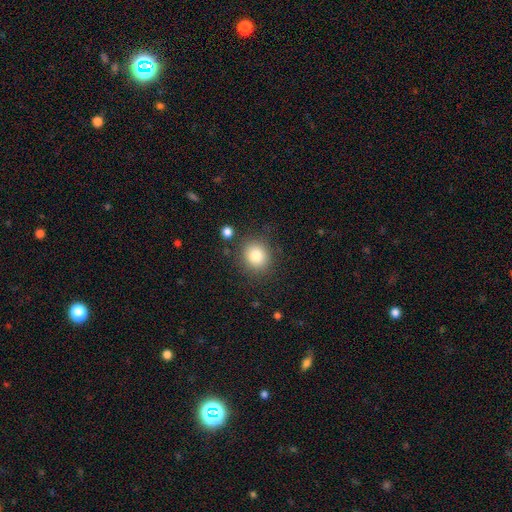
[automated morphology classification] smooth-or-featured: smooth: 81% | star or artifact: 11% | featured or disk: 8%
  how-rounded: round: 82% | in between: 17% | cigar-shaped: 1%
  merging: none: 84% | minor disturbance: 10% | major disturbance: 3% | merger: 3%